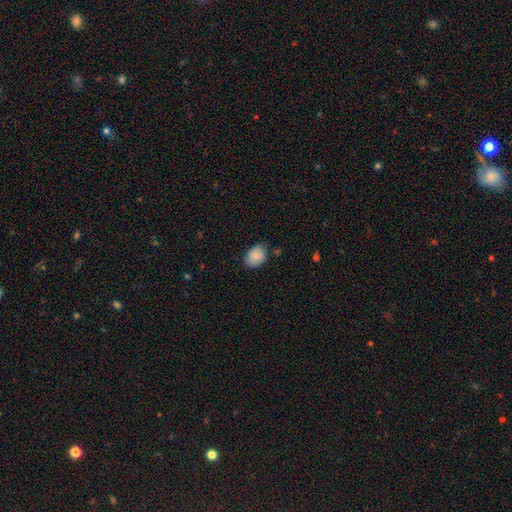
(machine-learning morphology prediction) smooth-or-featured: smooth: 87% | star or artifact: 7% | featured or disk: 5%
  how-rounded: in between: 67% | round: 32% | cigar-shaped: 1%
  merging: none: 76% | minor disturbance: 19% | major disturbance: 3% | merger: 2%